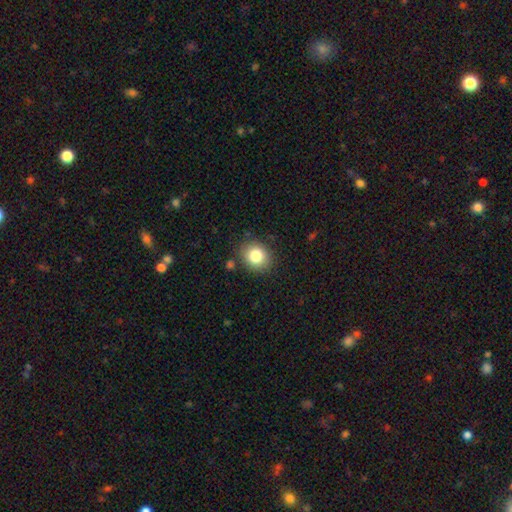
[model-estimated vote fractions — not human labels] The model was most divided on "how rounded": round: 73%, in between: 26%, cigar-shaped: 1%. More confident: merging — none (85%); smooth or featured — smooth (82%).